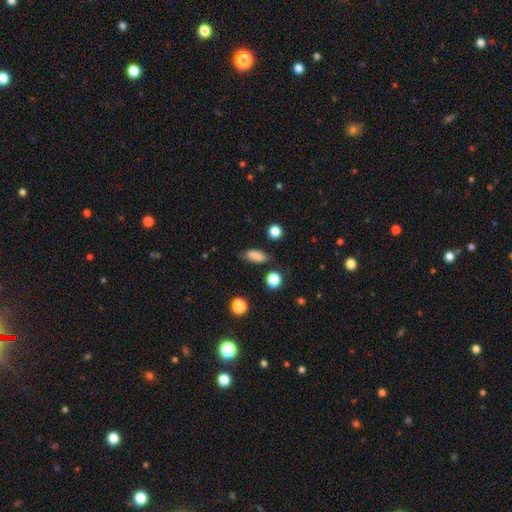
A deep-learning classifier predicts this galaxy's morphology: A smooth galaxy with no disk features (84%) that is in between round and cigar-shaped (74%). Merging: none (79%).